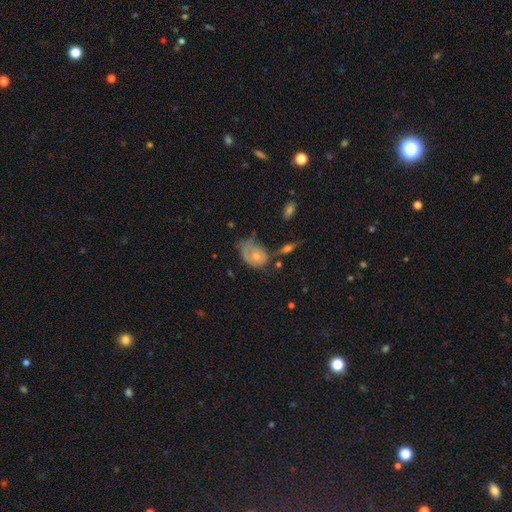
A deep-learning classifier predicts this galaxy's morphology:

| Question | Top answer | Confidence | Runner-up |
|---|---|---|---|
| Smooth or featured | smooth | 50% | featured or disk (42%) |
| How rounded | in between | 69% | round (30%) |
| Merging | major disturbance | 36% | minor disturbance (29%) |